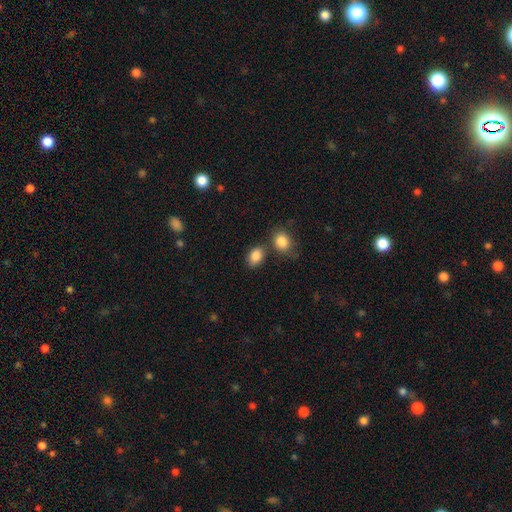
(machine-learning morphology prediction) Smooth or featured? Predicted: smooth (p=0.86). How rounded? Predicted: in between (p=0.75). Merging? Predicted: none (p=0.66).